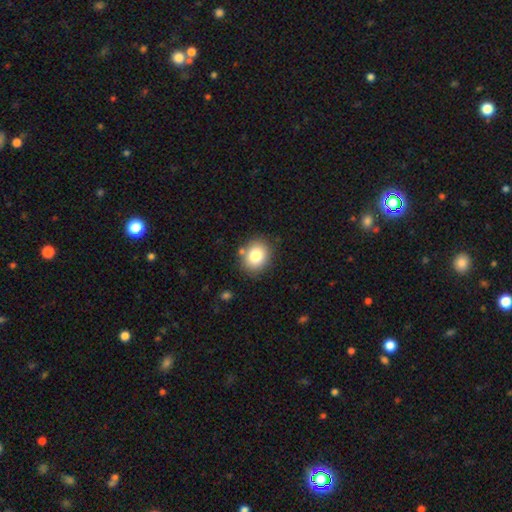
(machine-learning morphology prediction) The model was most divided on "how rounded": round: 61%, in between: 39%, cigar-shaped: 1%. More confident: merging — none (83%); smooth or featured — smooth (81%).